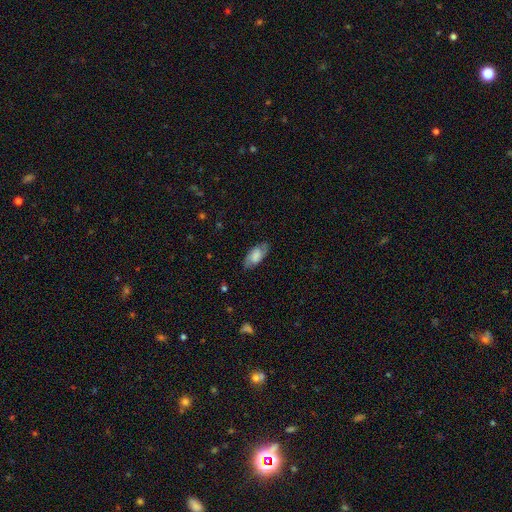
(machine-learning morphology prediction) Smooth or featured: smooth — 59% (featured or disk — 33%)
How rounded: in between — 90% (cigar-shaped — 7%)
Merging: none — 78% (minor disturbance — 16%)